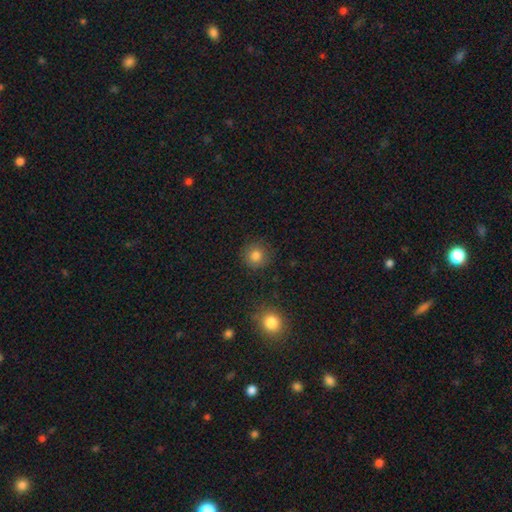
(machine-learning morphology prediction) Smooth or featured: smooth — 81% (star or artifact — 13%)
How rounded: round — 93% (in between — 6%)
Merging: none — 88% (minor disturbance — 7%)